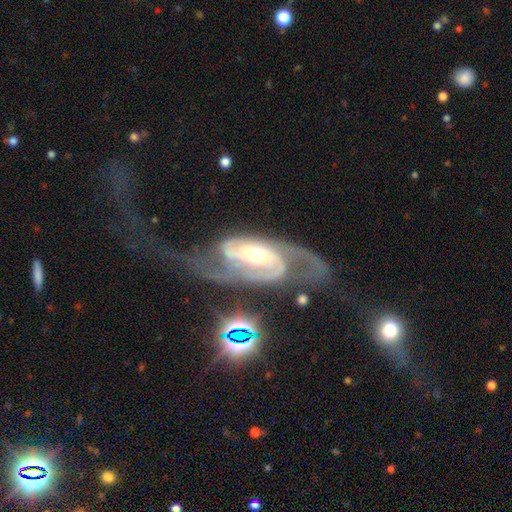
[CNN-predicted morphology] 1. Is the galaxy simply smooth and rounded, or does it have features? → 90% featured or disk, 6% star or artifact, 5% smooth.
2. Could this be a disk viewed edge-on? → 95% no, 5% yes.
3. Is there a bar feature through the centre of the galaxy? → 44% no, 33% weak, 23% strong.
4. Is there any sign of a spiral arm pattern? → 97% yes, 3% no.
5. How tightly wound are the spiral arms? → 47% medium, 34% tight, 19% loose.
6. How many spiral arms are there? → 80% 2, 7% can't tell, 6% 3, 3% 1, 2% 4, 2% more than 4.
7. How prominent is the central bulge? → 60% moderate, 30% small, 7% large, 1% none, 1% dominant.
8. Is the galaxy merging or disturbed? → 45% none, 31% major disturbance, 18% minor disturbance, 5% merger.